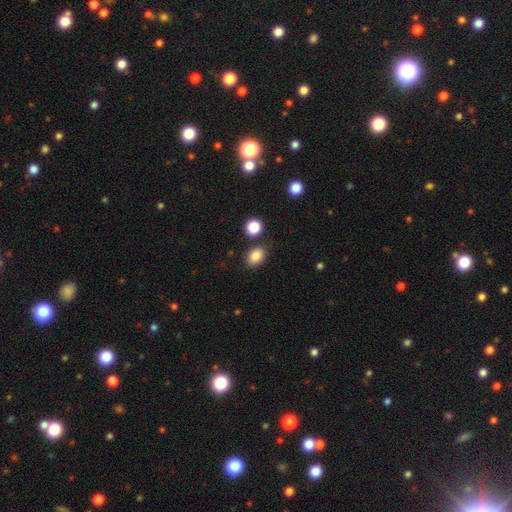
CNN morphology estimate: Overall: smooth (85%). How rounded: in between (74%). Merging: none (78%).